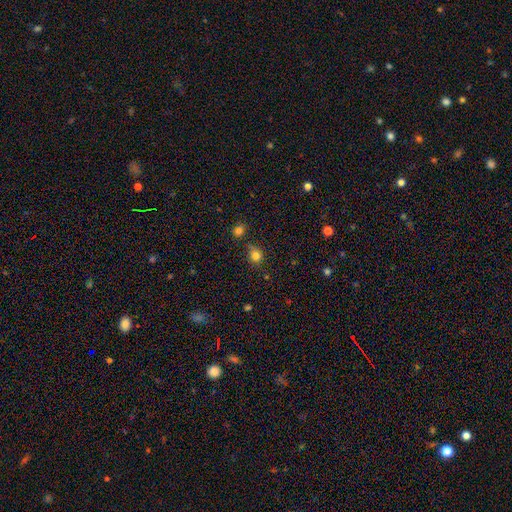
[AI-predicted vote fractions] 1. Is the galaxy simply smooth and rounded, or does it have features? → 80% smooth, 14% star or artifact, 6% featured or disk.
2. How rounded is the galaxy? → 78% round, 21% in between, 1% cigar-shaped.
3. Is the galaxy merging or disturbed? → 68% none, 20% minor disturbance, 7% merger, 5% major disturbance.